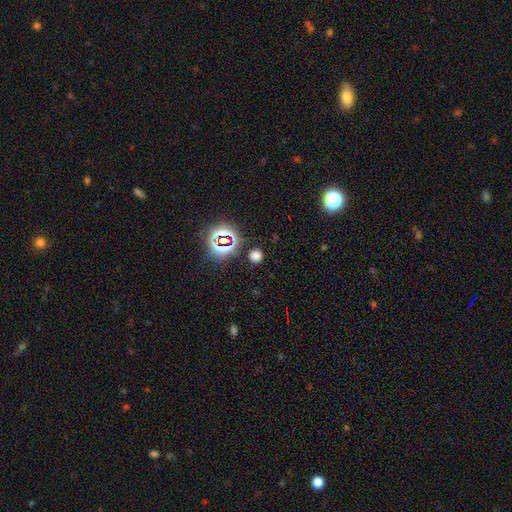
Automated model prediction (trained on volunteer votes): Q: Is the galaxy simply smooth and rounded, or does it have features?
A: smooth — 63%.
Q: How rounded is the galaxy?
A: round — 89%.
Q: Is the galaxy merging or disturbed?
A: none — 86%.